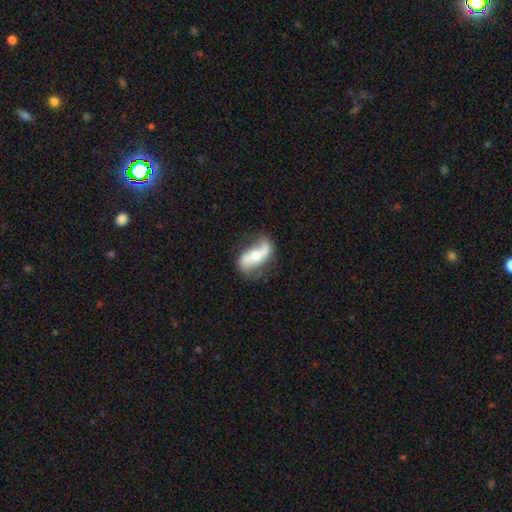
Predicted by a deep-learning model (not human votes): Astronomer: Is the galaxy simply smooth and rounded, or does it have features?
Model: featured or disk — 73%.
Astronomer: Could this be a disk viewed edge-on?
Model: no — 90%.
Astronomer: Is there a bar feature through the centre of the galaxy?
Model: no — 39% (runner-up: strong, 33%).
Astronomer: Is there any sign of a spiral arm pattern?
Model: yes — 87%.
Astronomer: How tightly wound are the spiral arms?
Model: loose — 76%.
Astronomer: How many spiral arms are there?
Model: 2 — 85%.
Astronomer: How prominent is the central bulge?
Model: moderate — 60%.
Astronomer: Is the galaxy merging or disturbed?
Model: none — 64%.